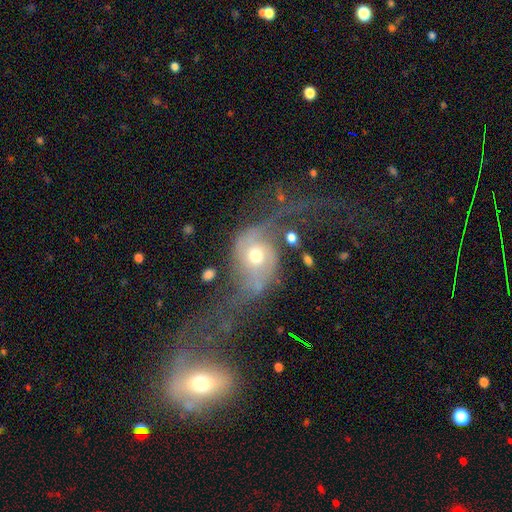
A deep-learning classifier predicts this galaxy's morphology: This appears to be a featured or disk galaxy (74%) with no bar (69%), 2 (82%) loose (64%) spiral arms (80%) and a moderate central bulge (67%). Merging: major disturbance (47%).